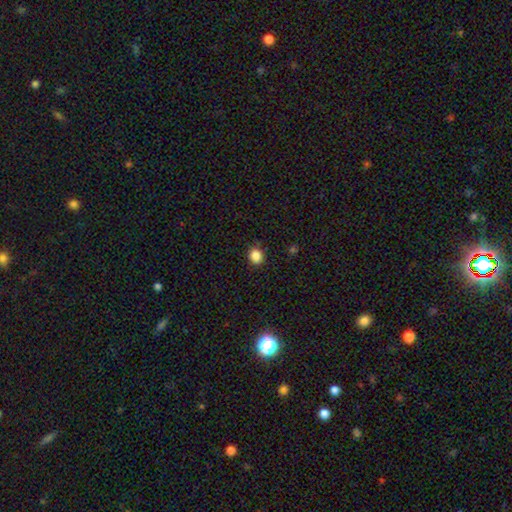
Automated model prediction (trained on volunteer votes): smooth 86%, star or artifact 11%, featured or disk 3%. Down the decision tree: how rounded — round (64%); merging — none (87%).